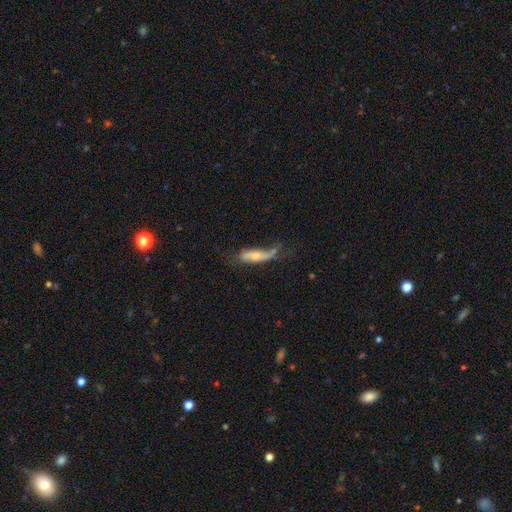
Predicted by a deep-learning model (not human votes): Morphology: type=featured or disk (52%); edge-on=no (58%); merging=none (37%).